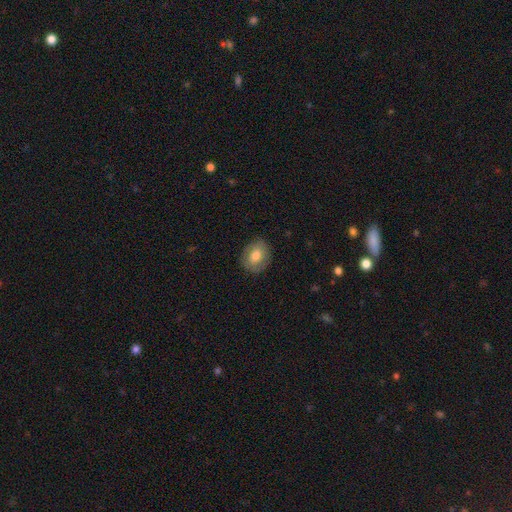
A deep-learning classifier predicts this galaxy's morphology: The model was most divided on "how rounded": round: 58%, in between: 41%, cigar-shaped: 1%. More confident: merging — none (84%); smooth or featured — smooth (70%).